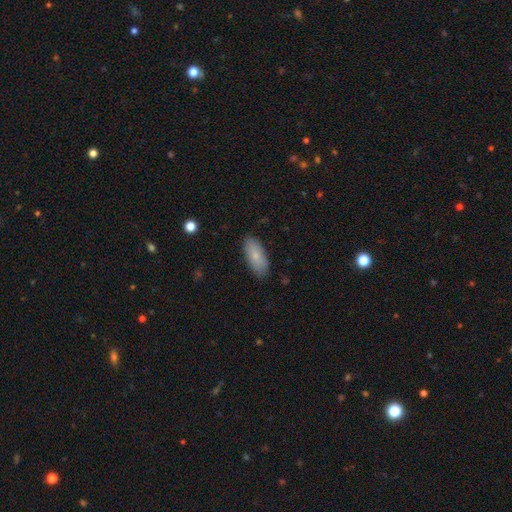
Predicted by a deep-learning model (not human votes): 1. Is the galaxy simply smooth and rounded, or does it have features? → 80% smooth, 14% featured or disk, 6% star or artifact.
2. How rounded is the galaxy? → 86% in between, 12% cigar-shaped, 2% round.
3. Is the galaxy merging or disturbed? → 85% none, 12% minor disturbance, 2% major disturbance, 1% merger.